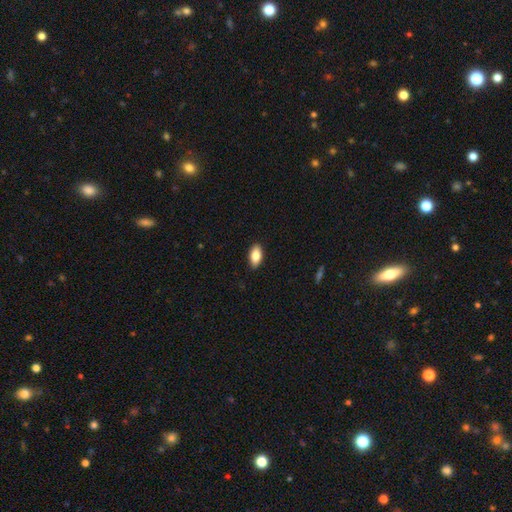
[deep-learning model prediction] This is clearly a smooth galaxy (82%). How rounded: clearly in between (91%). Merging: clearly none (89%).